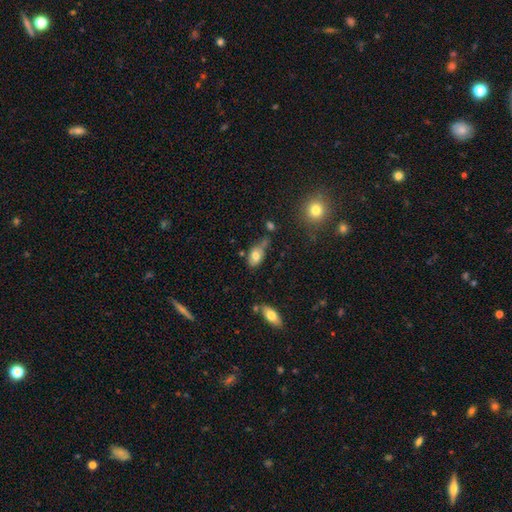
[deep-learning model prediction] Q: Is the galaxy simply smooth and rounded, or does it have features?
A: smooth — 72%.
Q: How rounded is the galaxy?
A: in between — 88%.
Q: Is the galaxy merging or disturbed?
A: none — 39%.